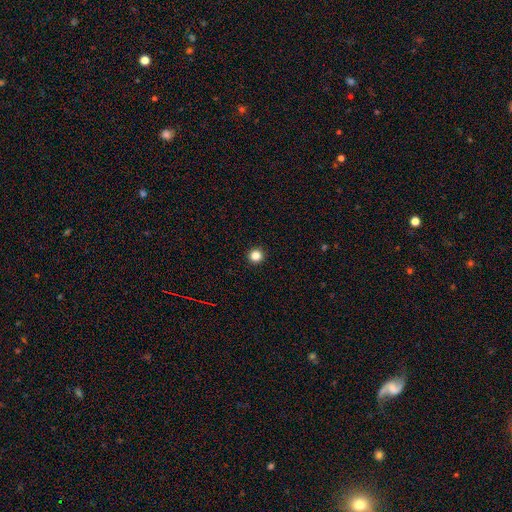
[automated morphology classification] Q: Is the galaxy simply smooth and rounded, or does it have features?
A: smooth — 84%.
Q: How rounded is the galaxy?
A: round — 96%.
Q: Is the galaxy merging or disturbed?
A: none — 94%.